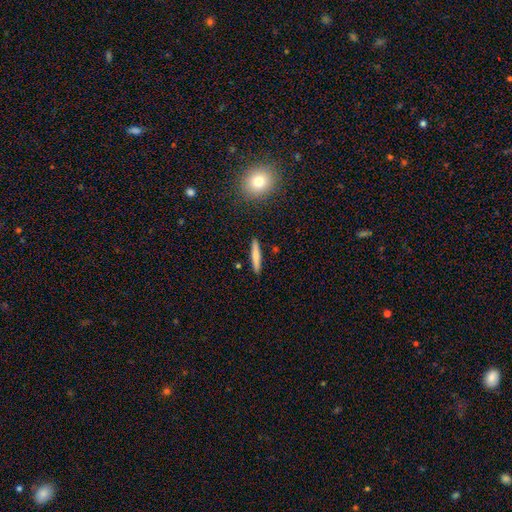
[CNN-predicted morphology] smooth-or-featured: smooth: 72% | featured or disk: 22% | star or artifact: 7%
  how-rounded: cigar-shaped: 91% | in between: 7% | round: 2%
  merging: none: 89% | minor disturbance: 8% | merger: 2% | major disturbance: 2%